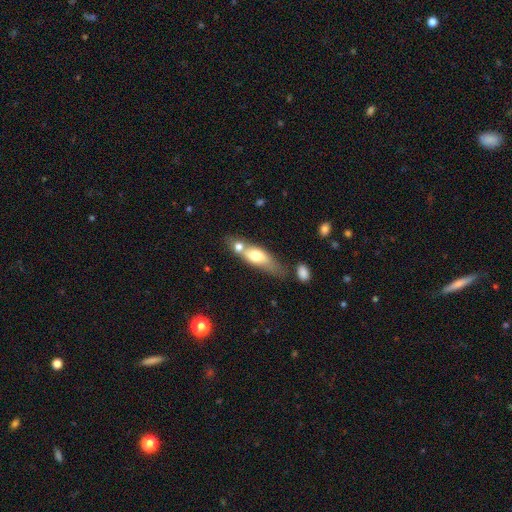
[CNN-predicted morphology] This appears to be a smooth galaxy with no disk features (61%) that is in between round and cigar-shaped (57%). Merging: merger (41%).